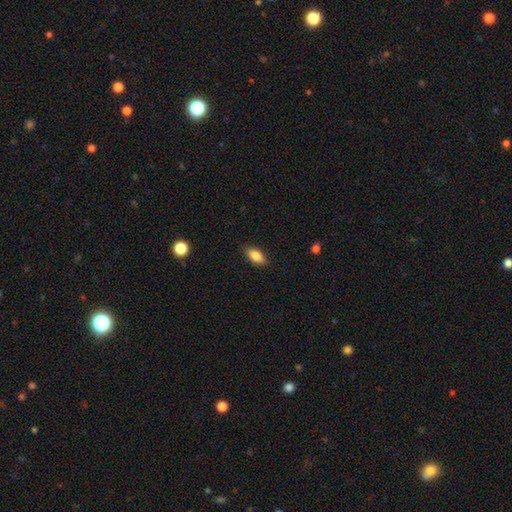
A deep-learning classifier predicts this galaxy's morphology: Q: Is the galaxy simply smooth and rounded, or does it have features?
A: smooth — 83%.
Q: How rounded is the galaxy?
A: in between — 88%.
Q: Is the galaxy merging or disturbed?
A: none — 87%.